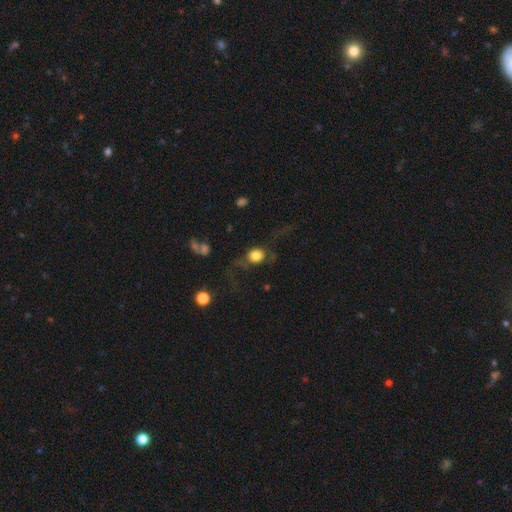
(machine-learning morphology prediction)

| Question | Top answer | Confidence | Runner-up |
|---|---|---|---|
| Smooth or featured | smooth | 67% | featured or disk (24%) |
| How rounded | round | 75% | in between (23%) |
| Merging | none | 40% | major disturbance (38%) |